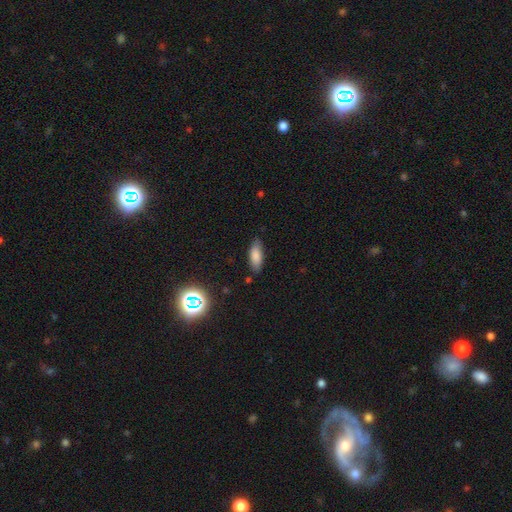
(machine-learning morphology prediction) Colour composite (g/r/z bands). It shows a smooth galaxy with no disk features (81%) that is in between round and cigar-shaped (73%). Merging: none (81%).